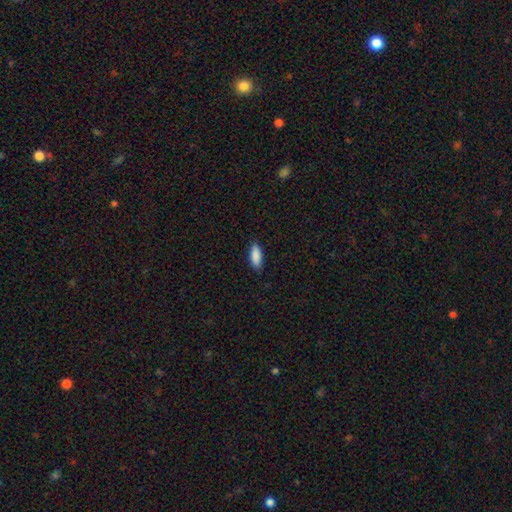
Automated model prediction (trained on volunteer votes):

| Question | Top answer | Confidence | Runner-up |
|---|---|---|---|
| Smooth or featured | smooth | 89% | star or artifact (6%) |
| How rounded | in between | 74% | cigar-shaped (24%) |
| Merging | none | 86% | minor disturbance (11%) |